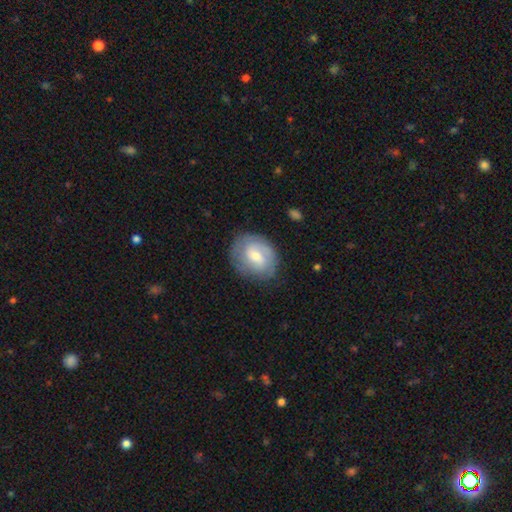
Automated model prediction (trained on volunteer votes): Smooth or featured: featured or disk — 62% (smooth — 31%)
Edge-on disk: no — 97% (yes — 3%)
Bar: weak — 52% (no — 37%)
Spiral arms: yes — 84% (no — 16%)
Spiral winding: tight — 52% (medium — 35%)
Spiral arm count: 2 — 49% (can't tell — 31%)
Bulge size: small — 48% (moderate — 46%)
Merging: none — 77% (minor disturbance — 16%)